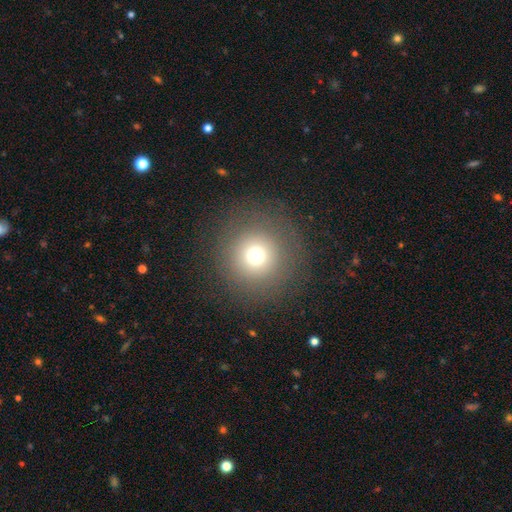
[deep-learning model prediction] Smooth or featured? Predicted: smooth (p=0.71). How rounded? Predicted: round (p=0.96). Merging? Predicted: none (p=0.87).